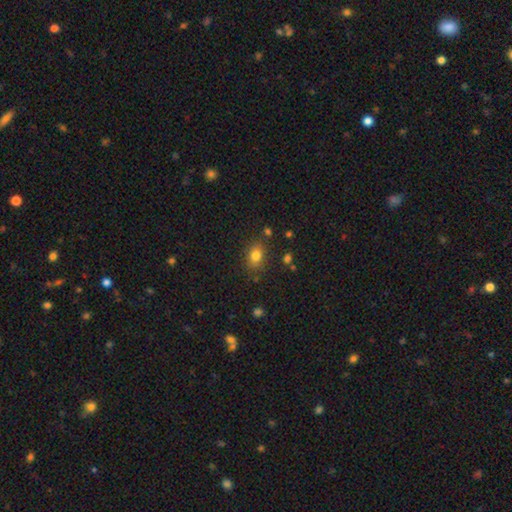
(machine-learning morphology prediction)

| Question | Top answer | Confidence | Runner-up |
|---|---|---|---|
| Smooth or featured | smooth | 80% | star or artifact (12%) |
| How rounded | in between | 65% | round (34%) |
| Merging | none | 81% | minor disturbance (12%) |